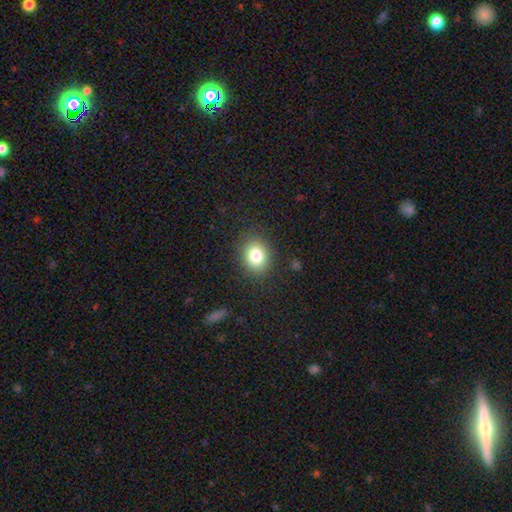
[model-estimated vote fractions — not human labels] Q: Smooth or featured?
A: smooth (81%); runner-up: star or artifact (11%)
Q: How rounded?
A: round (54%); runner-up: in between (45%)
Q: Merging?
A: none (86%); runner-up: minor disturbance (9%)